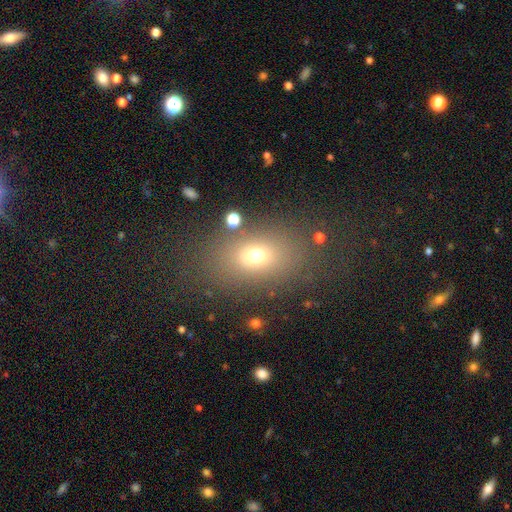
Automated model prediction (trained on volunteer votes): smooth-or-featured: smooth: 67% | star or artifact: 17% | featured or disk: 16%
  how-rounded: in between: 72% | round: 26% | cigar-shaped: 2%
  merging: none: 75% | minor disturbance: 12% | major disturbance: 8% | merger: 4%